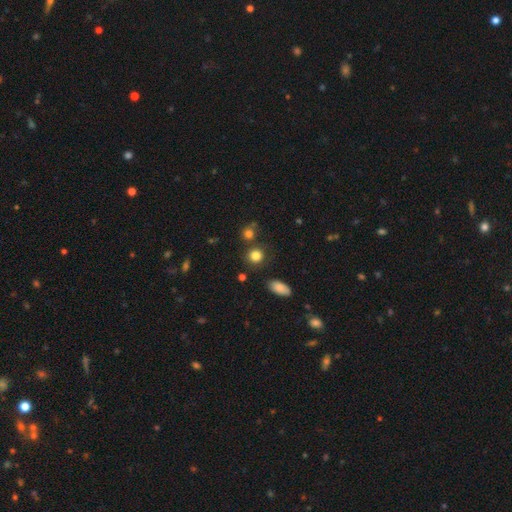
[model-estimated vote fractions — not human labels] Overall: smooth (83%). How rounded: round (86%). Merging: none (81%).